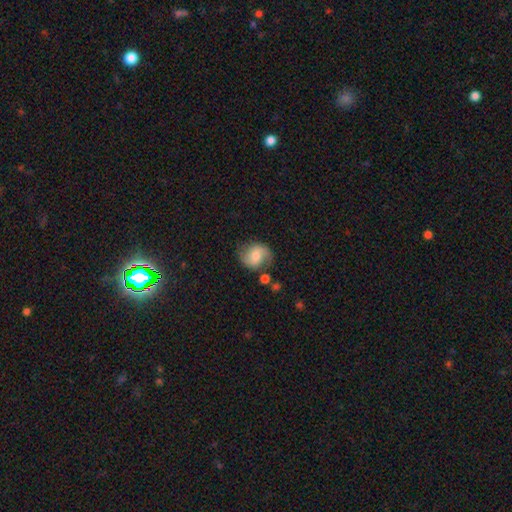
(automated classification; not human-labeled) Smooth or featured: smooth — 46% (tied with featured or disk — 46%)
Merging: none — 66% (minor disturbance — 20%)